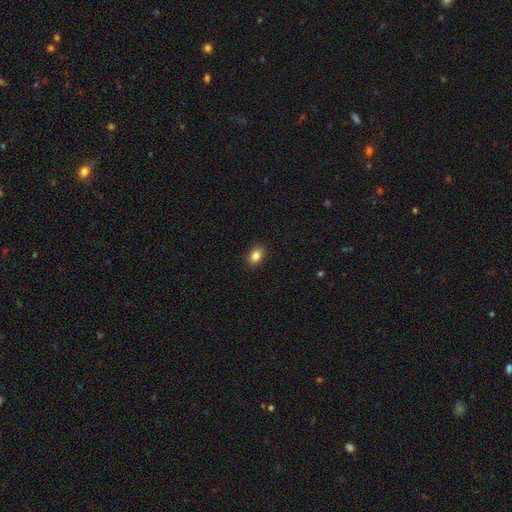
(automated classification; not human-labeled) smooth 86%, star or artifact 9%, featured or disk 5%. Down the decision tree: how rounded — in between (81%); merging — none (89%).